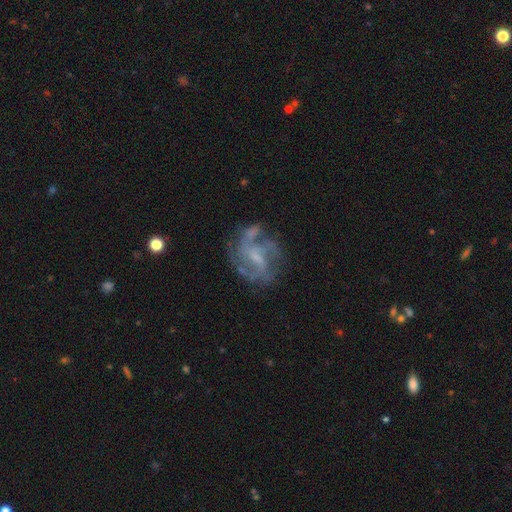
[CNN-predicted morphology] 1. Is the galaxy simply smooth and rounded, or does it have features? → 81% featured or disk, 11% smooth, 8% star or artifact.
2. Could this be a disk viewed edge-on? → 98% no, 2% yes.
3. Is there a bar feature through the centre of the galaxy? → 54% weak, 29% no, 18% strong.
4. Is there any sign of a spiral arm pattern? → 87% yes, 13% no.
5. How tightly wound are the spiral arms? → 49% medium, 28% tight, 23% loose.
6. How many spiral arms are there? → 30% 3, 25% 2, 25% can't tell, 11% 4, 5% 1, 5% more than 4.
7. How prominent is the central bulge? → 43% small, 27% moderate, 27% none, 3% large, 1% dominant.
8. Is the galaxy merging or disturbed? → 59% none, 18% minor disturbance, 16% major disturbance, 7% merger.